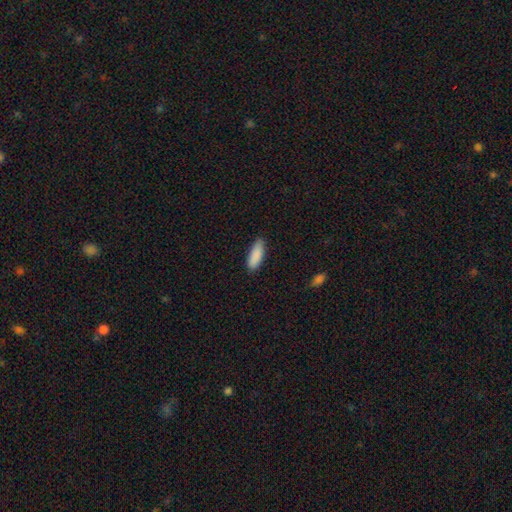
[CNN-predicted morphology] Overall: smooth (89%). How rounded: in between (64%; cigar-shaped 34%). Merging: none (85%).